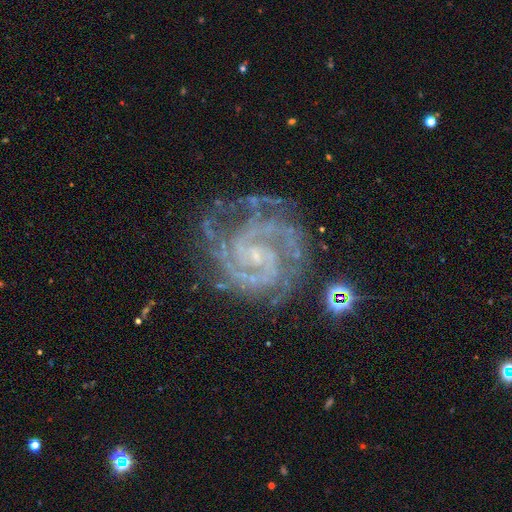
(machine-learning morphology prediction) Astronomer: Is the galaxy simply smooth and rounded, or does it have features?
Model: featured or disk — 91%.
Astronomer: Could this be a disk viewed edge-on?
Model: no — 98%.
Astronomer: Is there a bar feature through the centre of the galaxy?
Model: no — 53% (runner-up: weak, 35%).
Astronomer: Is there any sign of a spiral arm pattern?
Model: yes — 98%.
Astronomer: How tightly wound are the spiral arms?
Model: tight — 71%.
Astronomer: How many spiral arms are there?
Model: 2 — 49%.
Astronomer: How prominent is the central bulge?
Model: small — 77%.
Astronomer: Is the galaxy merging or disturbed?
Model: none — 69%.